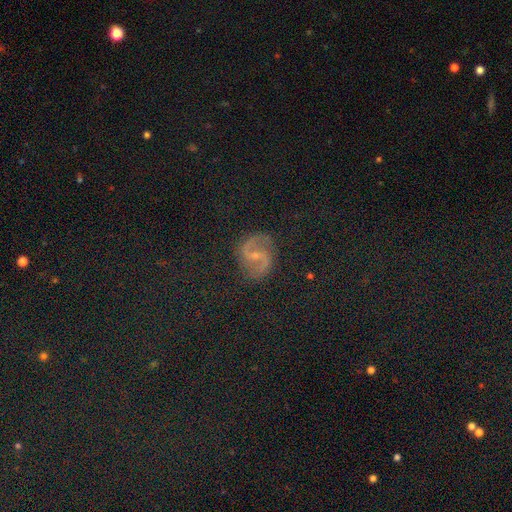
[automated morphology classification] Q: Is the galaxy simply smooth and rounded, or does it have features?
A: featured or disk — 70%.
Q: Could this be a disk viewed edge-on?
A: no — 97%.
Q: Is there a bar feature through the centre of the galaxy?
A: weak — 46%.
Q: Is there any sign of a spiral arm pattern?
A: yes — 93%.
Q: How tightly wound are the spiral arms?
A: medium — 55%.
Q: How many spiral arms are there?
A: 2 — 94%.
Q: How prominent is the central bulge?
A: small — 63%.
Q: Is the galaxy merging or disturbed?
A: none — 85%.